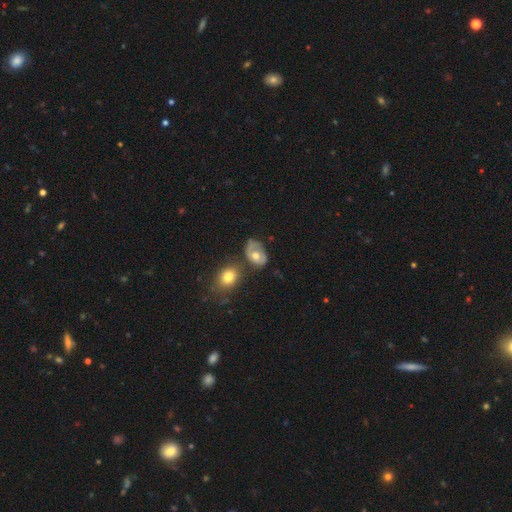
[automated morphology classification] smooth-or-featured: smooth: 52% | featured or disk: 40% | star or artifact: 8%
  how-rounded: in between: 76% | round: 22% | cigar-shaped: 1%
  merging: none: 44% | minor disturbance: 26% | major disturbance: 15% | merger: 15%